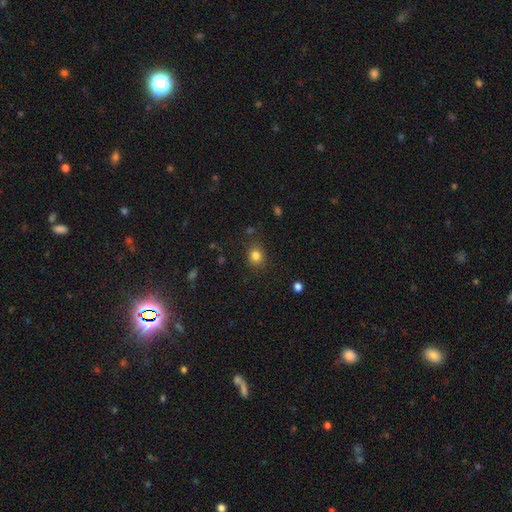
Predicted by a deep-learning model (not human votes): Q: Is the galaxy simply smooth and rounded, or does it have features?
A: smooth — 82%.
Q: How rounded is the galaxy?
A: round — 70%.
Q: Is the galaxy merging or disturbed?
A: none — 84%.